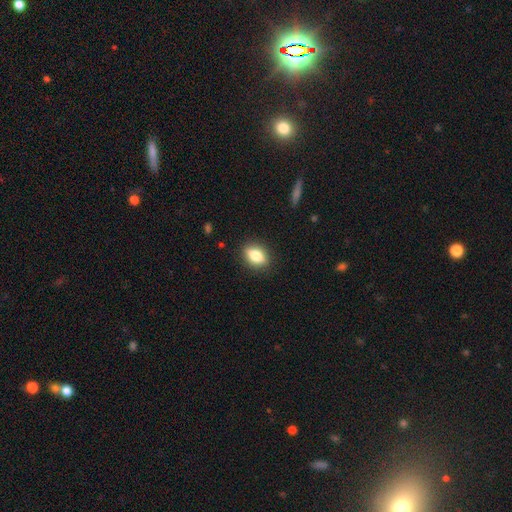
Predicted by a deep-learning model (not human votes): smooth_or_featured: smooth (p=0.72) [alt: featured or disk p=0.20]
how_rounded: in between (p=0.73) [alt: round p=0.19]
merging: none (p=0.86) [alt: minor disturbance p=0.10]